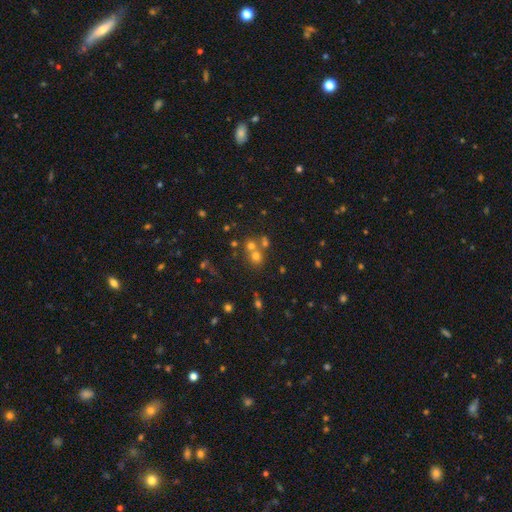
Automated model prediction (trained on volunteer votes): Q: Smooth or featured?
A: smooth (60%); runner-up: star or artifact (26%)
Q: How rounded?
A: round (84%); runner-up: in between (15%)
Q: Merging?
A: none (51%); runner-up: merger (38%)